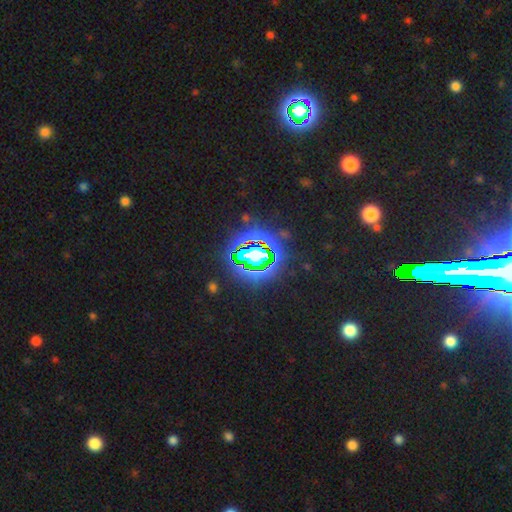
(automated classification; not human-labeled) smooth-or-featured: star or artifact: 73% | smooth: 16% | featured or disk: 11%